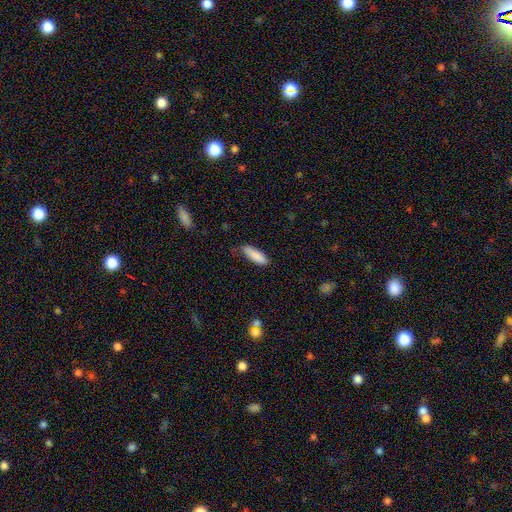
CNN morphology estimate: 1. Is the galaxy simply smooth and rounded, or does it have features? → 88% smooth, 6% star or artifact, 6% featured or disk.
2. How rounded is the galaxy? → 52% cigar-shaped, 47% in between, 2% round.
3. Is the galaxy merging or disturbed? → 68% none, 26% minor disturbance, 4% major disturbance, 2% merger.